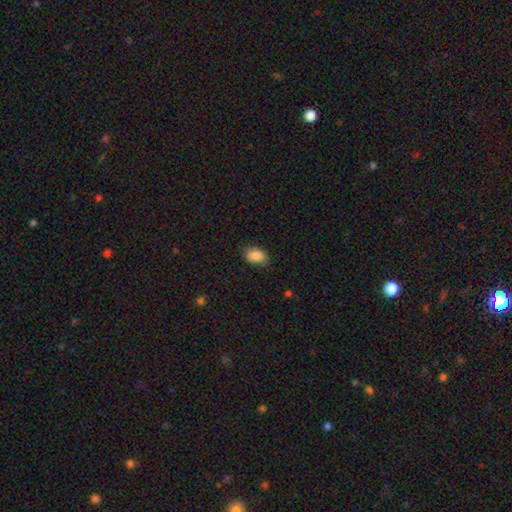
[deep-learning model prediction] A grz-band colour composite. It shows a smooth galaxy with no disk features (88%) that is in between round and cigar-shaped (89%). Merging: none (84%).